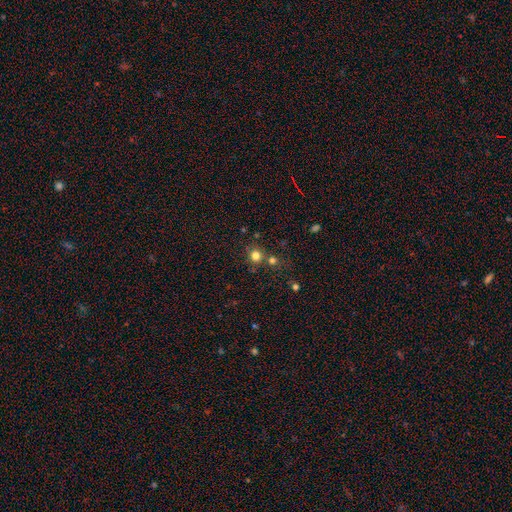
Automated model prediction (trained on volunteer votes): smooth 77%, star or artifact 16%, featured or disk 7%. Down the decision tree: how rounded — round (90%); merging — none (70%).